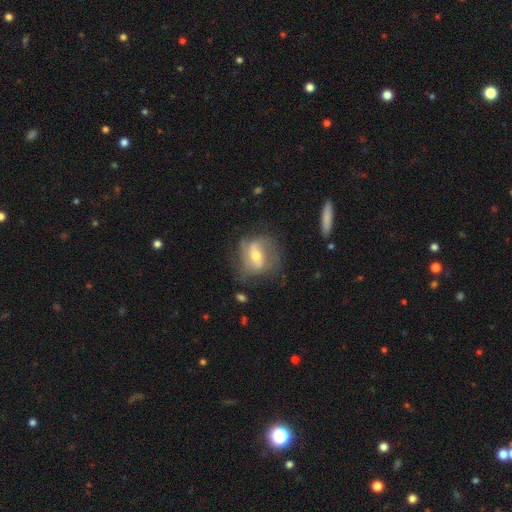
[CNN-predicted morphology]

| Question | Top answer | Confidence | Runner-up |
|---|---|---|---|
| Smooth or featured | featured or disk | 67% | smooth (25%) |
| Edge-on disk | no | 95% | yes (5%) |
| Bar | weak | 46% | no (28%) |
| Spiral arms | yes | 77% | no (23%) |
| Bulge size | moderate | 60% | small (32%) |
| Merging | none | 58% | minor disturbance (23%) |